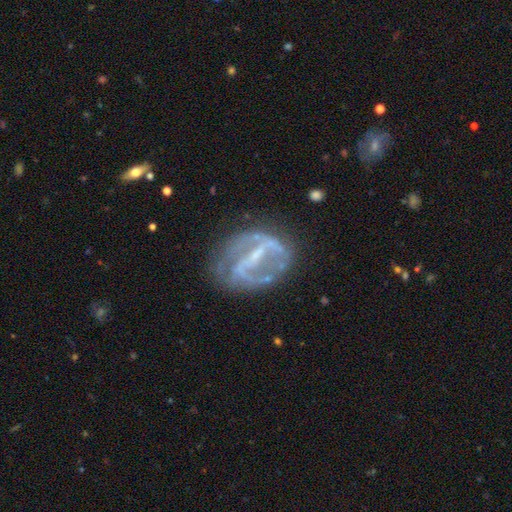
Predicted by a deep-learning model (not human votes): Smooth or featured? Predicted: featured or disk (p=0.81). Edge-on disk? Predicted: no (p=0.95). Bar? Predicted: strong (p=0.61). Spiral arms? Predicted: yes (p=0.71). Spiral winding? Predicted: medium (p=0.40). Spiral arm count? Predicted: 2 (p=0.60). Bulge size? Predicted: small (p=0.53). Merging? Predicted: none (p=0.62).